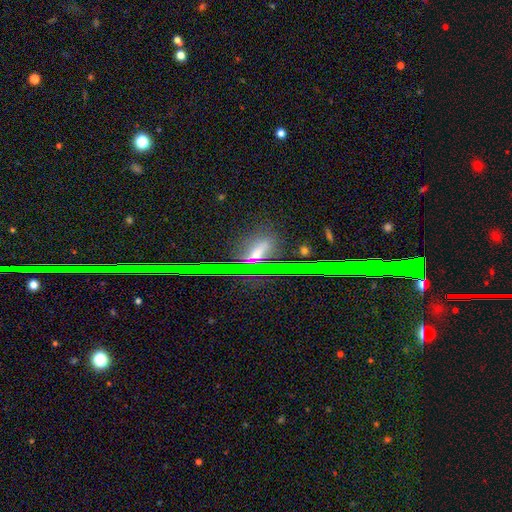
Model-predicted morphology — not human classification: smooth-or-featured: star or artifact: 51% | smooth: 32% | featured or disk: 16%